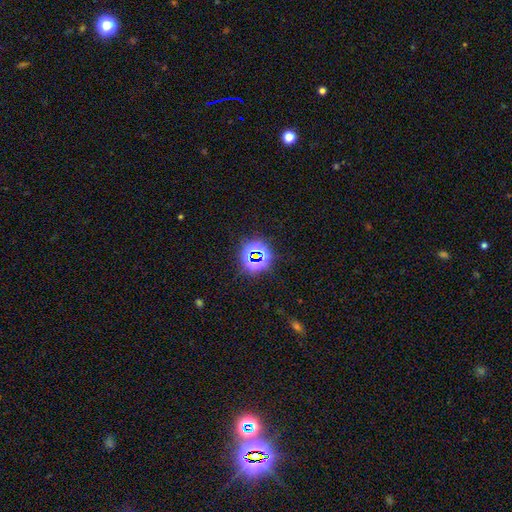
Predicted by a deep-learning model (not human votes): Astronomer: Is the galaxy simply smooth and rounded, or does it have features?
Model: star or artifact — 72%.